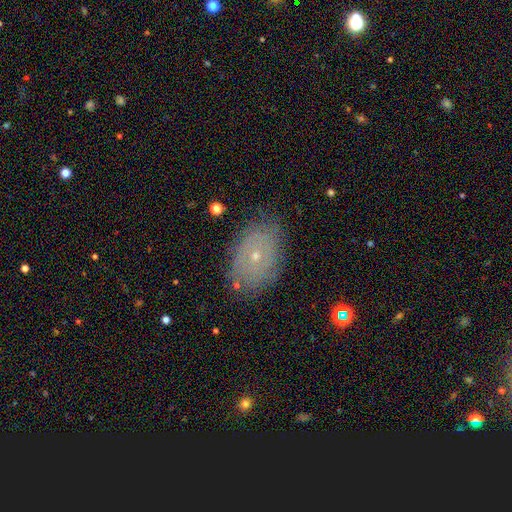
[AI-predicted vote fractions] smooth_or_featured: featured or disk (p=0.56) [alt: smooth p=0.32]
disk_edge_on: no (p=0.94) [alt: yes p=0.06]
bar: no (p=0.86) [alt: weak p=0.11]
has_spiral_arms: yes (p=0.65) [alt: no p=0.35]
bulge_size: small (p=0.72) [alt: moderate p=0.25]
merging: none (p=0.78) [alt: minor disturbance p=0.16]